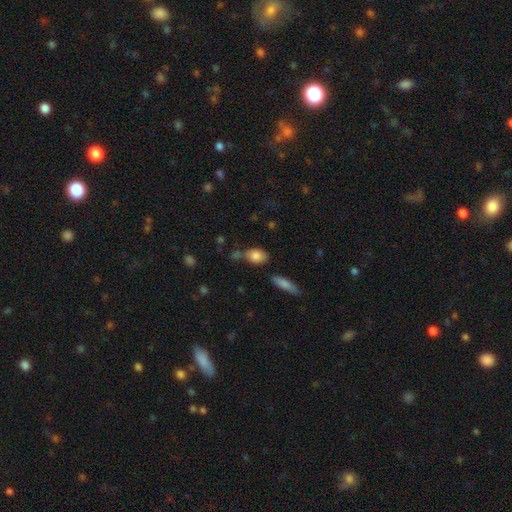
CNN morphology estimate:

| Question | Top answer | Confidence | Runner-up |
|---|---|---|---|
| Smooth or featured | smooth | 83% | featured or disk (9%) |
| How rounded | in between | 78% | round (19%) |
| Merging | none | 64% | minor disturbance (18%) |